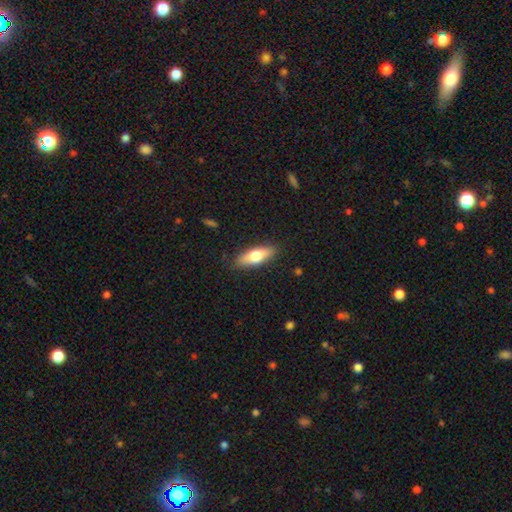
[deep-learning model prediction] Morphology: type=smooth (67%); roundness=in between (63%); merging=none (87%).